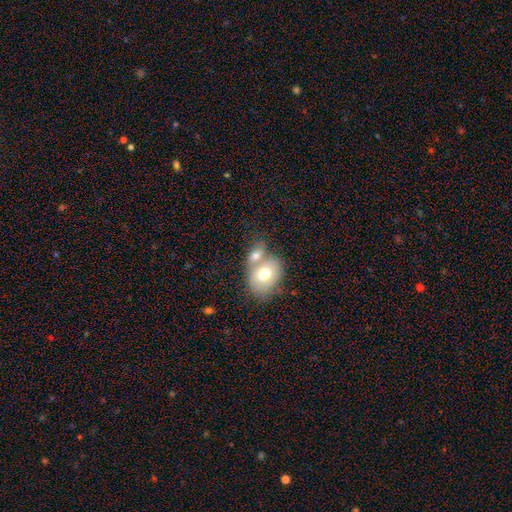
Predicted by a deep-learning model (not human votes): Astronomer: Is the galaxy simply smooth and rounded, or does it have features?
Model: smooth — 69%.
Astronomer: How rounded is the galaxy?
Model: in between — 70%.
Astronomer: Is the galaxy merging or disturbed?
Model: merger — 63%.